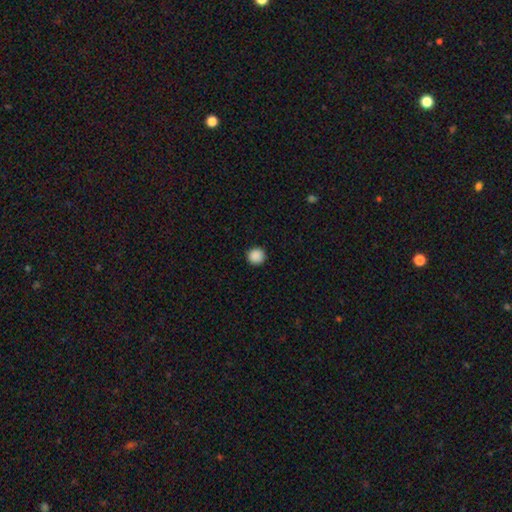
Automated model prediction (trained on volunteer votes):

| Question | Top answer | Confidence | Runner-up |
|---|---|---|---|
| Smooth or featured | smooth | 89% | star or artifact (9%) |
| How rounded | round | 94% | in between (5%) |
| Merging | none | 93% | minor disturbance (5%) |